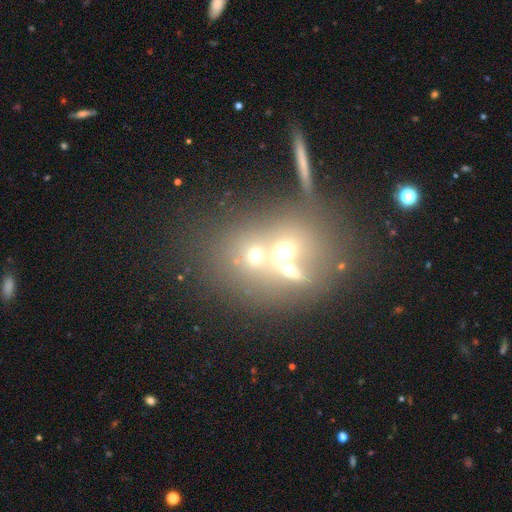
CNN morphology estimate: Smooth or featured?
  - smooth: 58% *
  - star or artifact: 22%
  - featured or disk: 20%
How rounded?
  - round: 72% *
  - in between: 26%
  - cigar-shaped: 2%
Merging?
  - merger: 63% *
  - none: 27%
  - minor disturbance: 5%
  - major disturbance: 4%